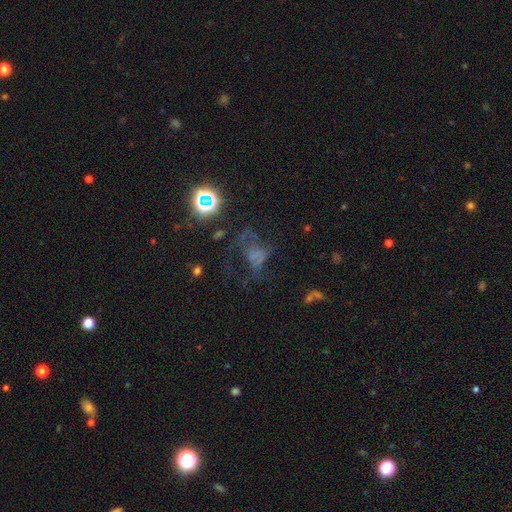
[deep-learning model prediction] Smooth or featured?
  - star or artifact: 37% *
  - featured or disk: 35%
  - smooth: 27%